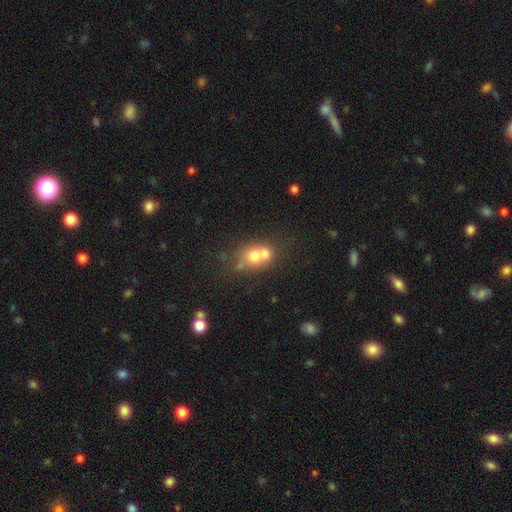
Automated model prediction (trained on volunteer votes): This appears to be a smooth galaxy with no disk features (62%) that is round (64%). Merging: merger (55%).